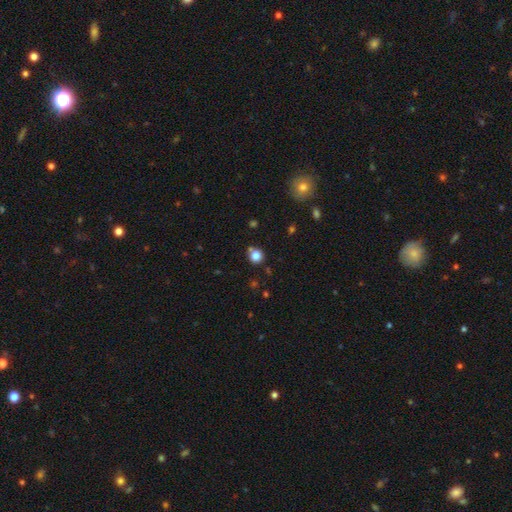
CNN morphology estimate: Overall: smooth (82%). How rounded: round (90%). Merging: none (76%).